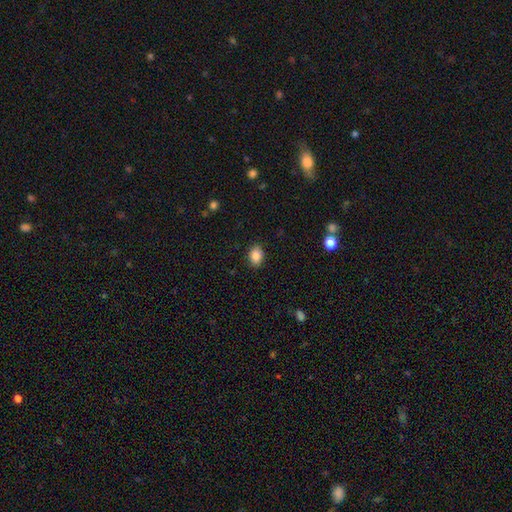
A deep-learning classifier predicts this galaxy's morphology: The model was most divided on "how rounded": in between: 67%, round: 32%, cigar-shaped: 1%. More confident: merging — none (88%); smooth or featured — smooth (87%).